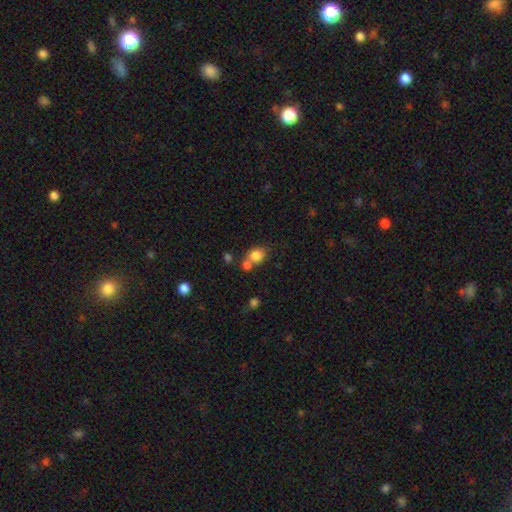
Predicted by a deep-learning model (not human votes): A smooth galaxy with no disk features (81%) that is round (70%). Merging: none (49%).